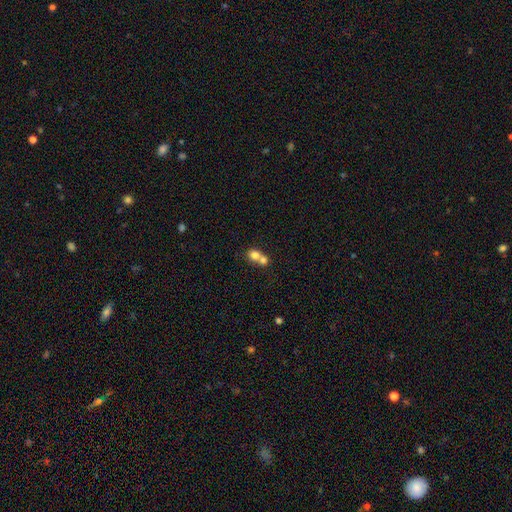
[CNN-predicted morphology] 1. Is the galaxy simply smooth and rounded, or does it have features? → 75% smooth, 15% featured or disk, 10% star or artifact.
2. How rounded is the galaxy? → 67% round, 32% in between, 1% cigar-shaped.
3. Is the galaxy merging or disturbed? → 68% merger, 25% none, 5% minor disturbance, 3% major disturbance.